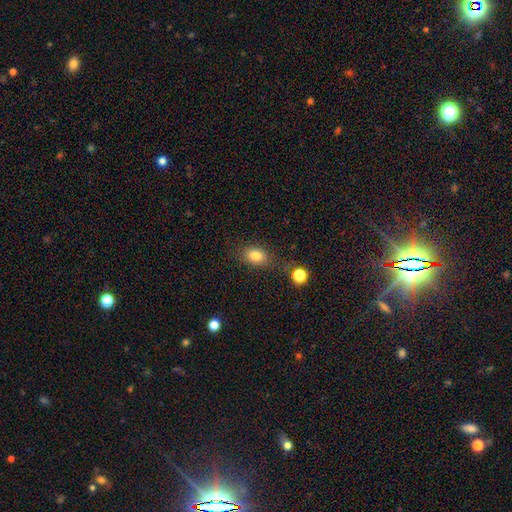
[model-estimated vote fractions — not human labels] Q: Smooth or featured?
A: smooth (81%); runner-up: star or artifact (11%)
Q: How rounded?
A: in between (76%); runner-up: round (22%)
Q: Merging?
A: none (75%); runner-up: minor disturbance (15%)